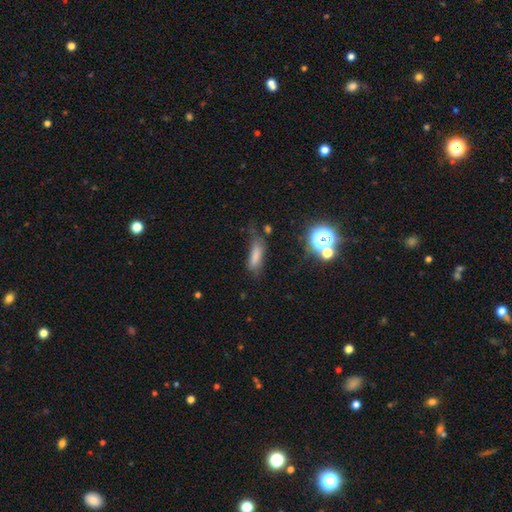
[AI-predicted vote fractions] Smooth or featured: smooth — 72% (star or artifact — 15%)
How rounded: cigar-shaped — 48% (in between — 47%)
Merging: none — 49% (minor disturbance — 28%)